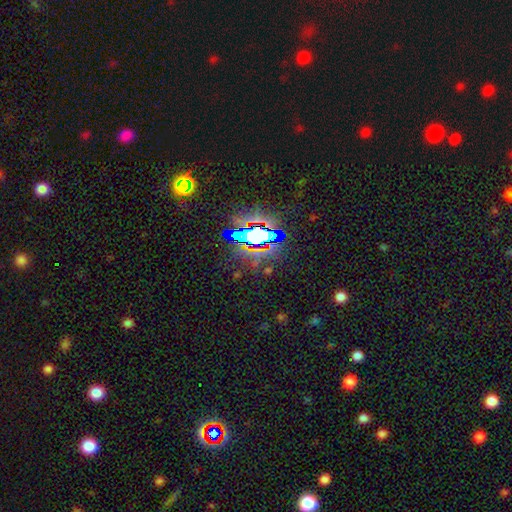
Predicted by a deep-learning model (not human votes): Morphology: type=star or artifact (82%).